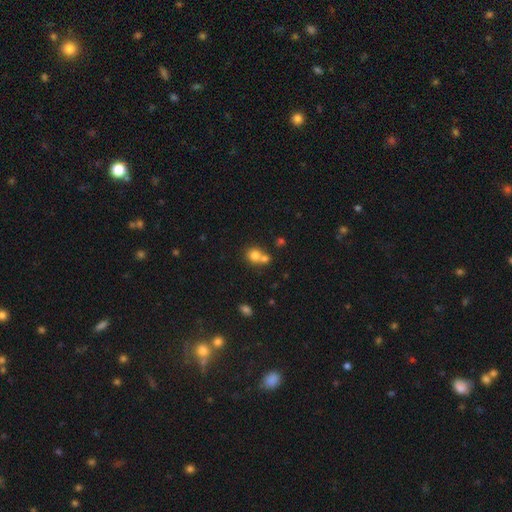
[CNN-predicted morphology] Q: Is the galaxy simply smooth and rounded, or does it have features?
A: smooth — 77%.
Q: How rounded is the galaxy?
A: round — 80%.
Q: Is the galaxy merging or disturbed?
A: merger — 50%.